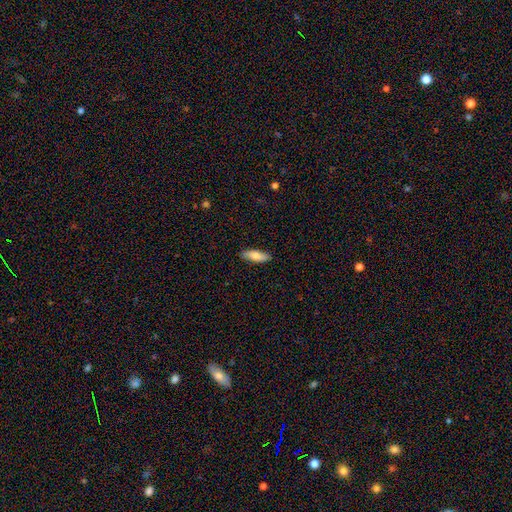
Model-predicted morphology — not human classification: Smooth or featured? smooth (77%)
How rounded? in between (60%)
Merging? none (88%)